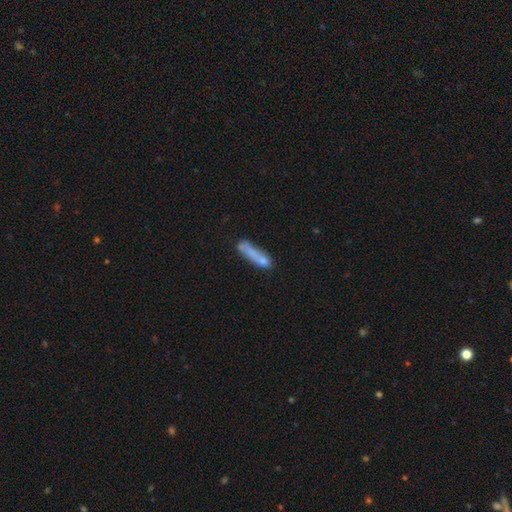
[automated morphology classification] type=smooth (67%); roundness=cigar-shaped (82%); merging=none (48%).